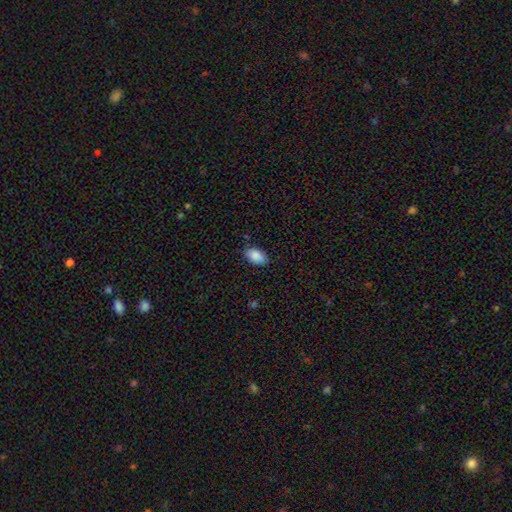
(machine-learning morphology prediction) A smooth galaxy with no disk features (89%) that is in between round and cigar-shaped (93%). Merging: none (84%).